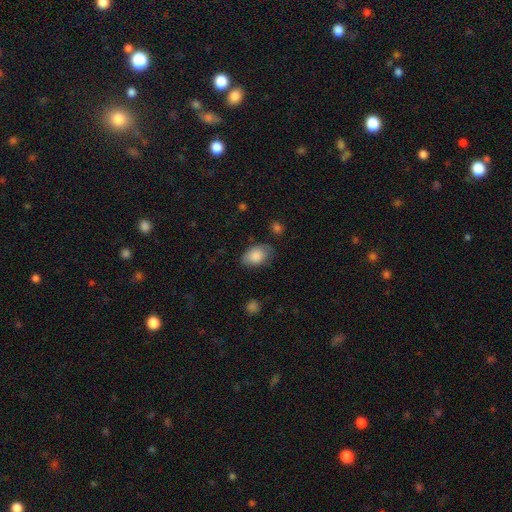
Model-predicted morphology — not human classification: smooth 84%, featured or disk 9%, star or artifact 7%. Down the decision tree: how rounded — in between (88%); merging — none (69%).